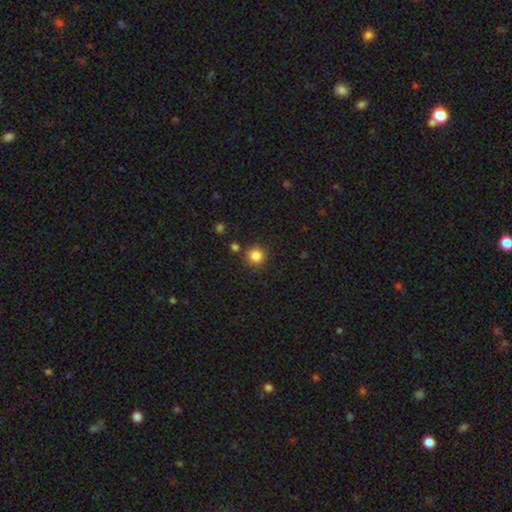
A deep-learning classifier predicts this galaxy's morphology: This is clearly a smooth galaxy (84%). How rounded: clearly round (93%). Merging: clearly none (84%).